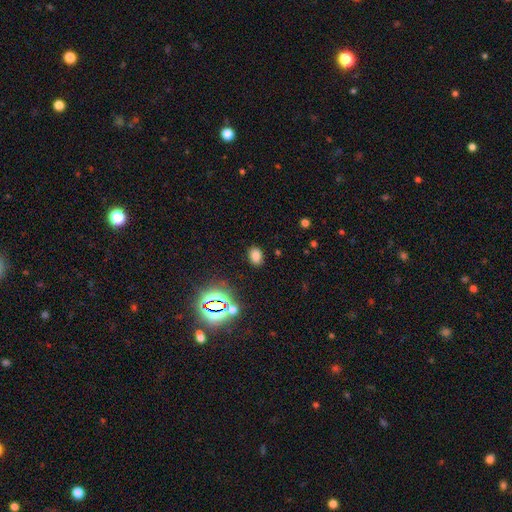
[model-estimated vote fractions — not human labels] smooth 72%, star or artifact 21%, featured or disk 6%. Down the decision tree: how rounded — in between (76%); merging — none (87%).